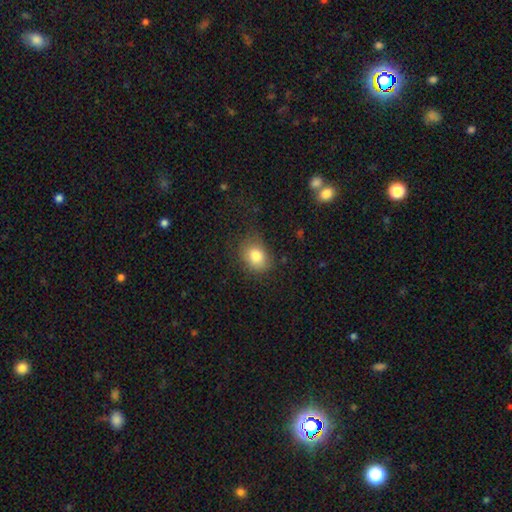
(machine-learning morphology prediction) Smooth or featured?
  - smooth: 81% *
  - star or artifact: 10%
  - featured or disk: 9%
How rounded?
  - in between: 59% *
  - round: 40%
  - cigar-shaped: 1%
Merging?
  - none: 72% *
  - minor disturbance: 20%
  - major disturbance: 7%
  - merger: 1%